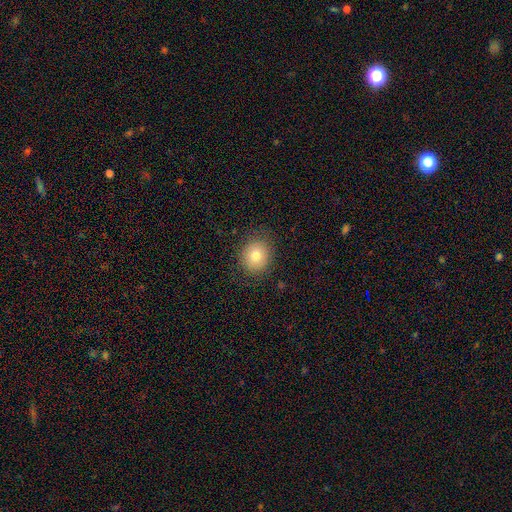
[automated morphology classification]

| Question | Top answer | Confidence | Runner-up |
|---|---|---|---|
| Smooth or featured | smooth | 78% | featured or disk (12%) |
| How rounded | round | 74% | in between (25%) |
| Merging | none | 86% | minor disturbance (10%) |